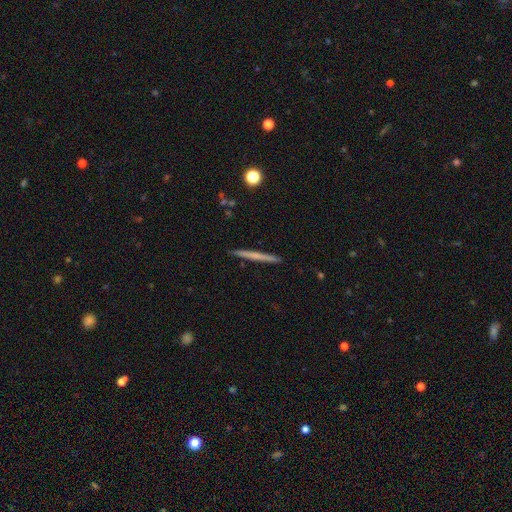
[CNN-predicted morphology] This appears to be a smooth galaxy with no disk features (50%). Merging: none (92%).